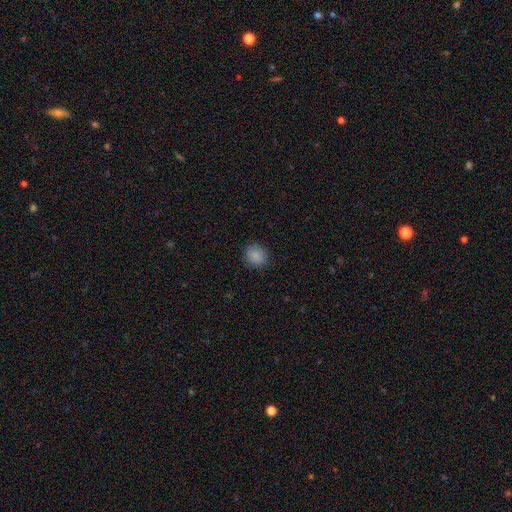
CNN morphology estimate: The model was most divided on "how rounded": round: 82%, in between: 17%, cigar-shaped: 1%. More confident: merging — none (88%); smooth or featured — smooth (87%).